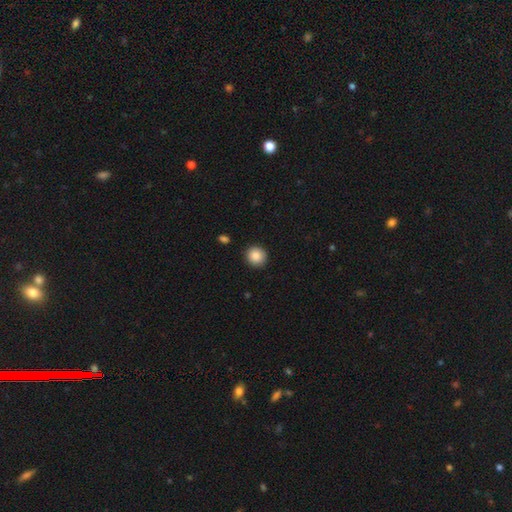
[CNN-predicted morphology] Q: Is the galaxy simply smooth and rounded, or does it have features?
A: smooth — 88%.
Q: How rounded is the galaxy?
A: round — 91%.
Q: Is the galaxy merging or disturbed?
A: none — 90%.